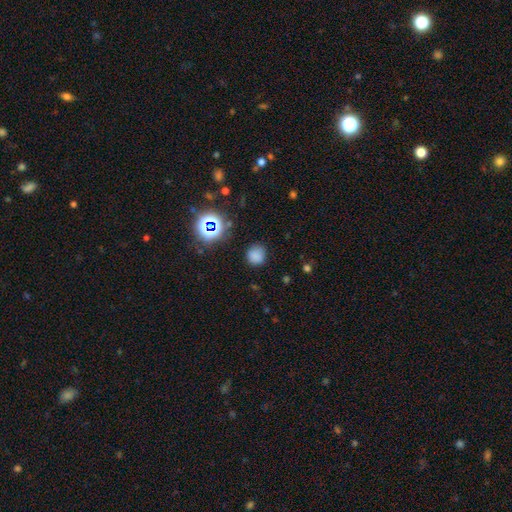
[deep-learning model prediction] Smooth or featured? Predicted: smooth (p=0.74). How rounded? Predicted: round (p=0.84). Merging? Predicted: none (p=0.80).